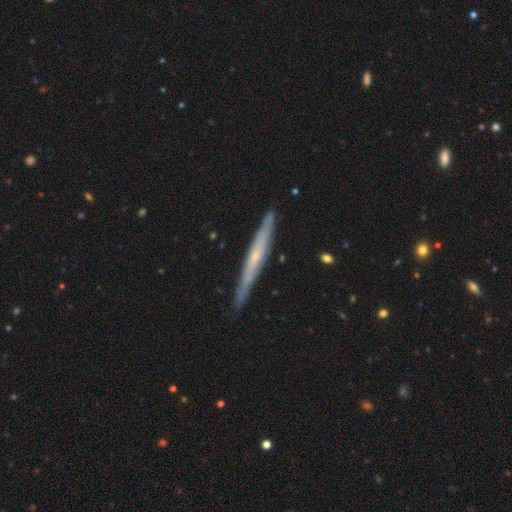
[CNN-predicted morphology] This is likely a featured or disk galaxy (64%). It is clearly viewed edge-on (94%). Edge-on bulge: likely none (60%). Merging: clearly none (87%).